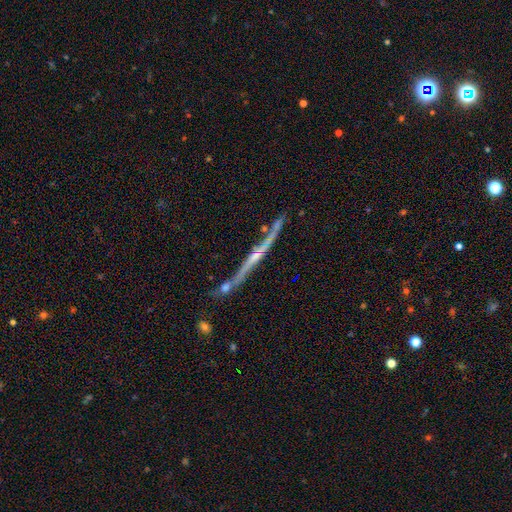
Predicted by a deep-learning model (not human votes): Smooth or featured? featured or disk (82%)
Edge-on disk? yes (94%)
Edge-on bulge? rounded (58%)
Merging? none (63%)